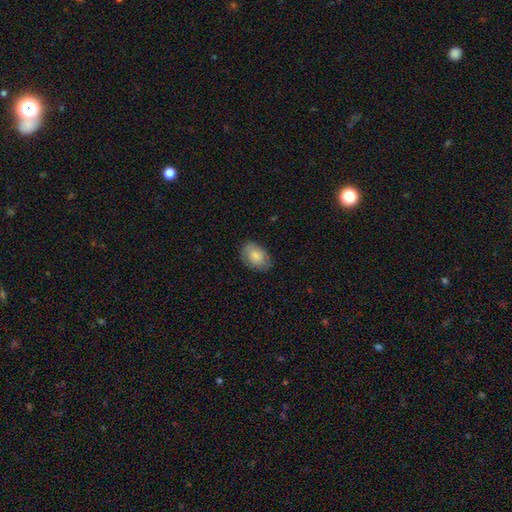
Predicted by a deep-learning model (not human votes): Smooth or featured: smooth — 81% (featured or disk — 12%)
How rounded: in between — 83% (round — 16%)
Merging: none — 77% (minor disturbance — 18%)